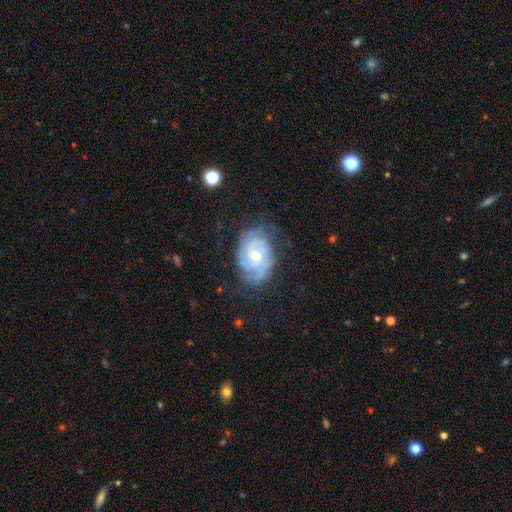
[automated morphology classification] This appears to be a featured or disk galaxy (82%) with no bar (66%), tight (69%) spiral arms (94%) and a small central bulge (51%). Merging: none (70%).